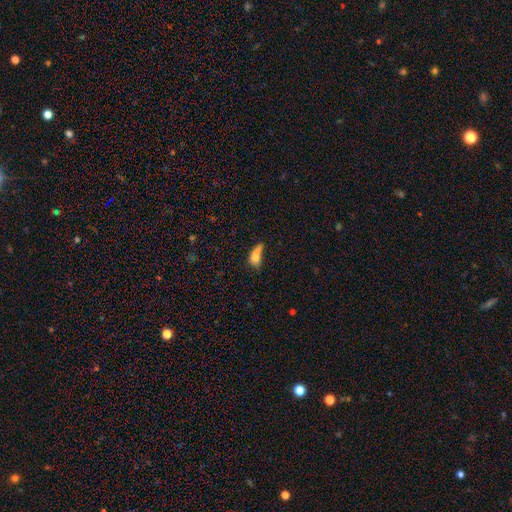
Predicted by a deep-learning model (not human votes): Morphology: type=smooth (68%); roundness=in between (68%); merging=major disturbance (28%).